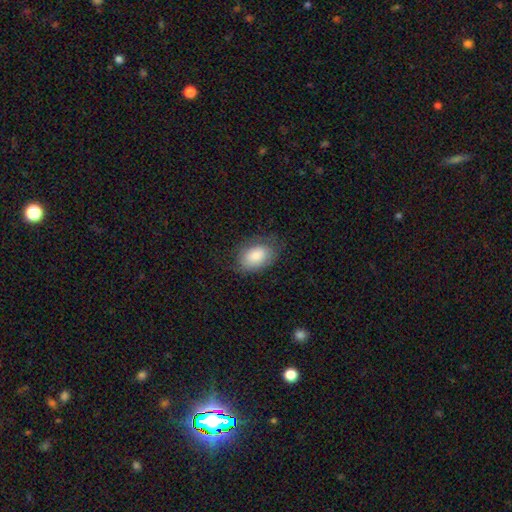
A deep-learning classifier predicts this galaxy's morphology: smooth 77%, featured or disk 16%, star or artifact 7%. Down the decision tree: how rounded — in between (87%); merging — none (67%).